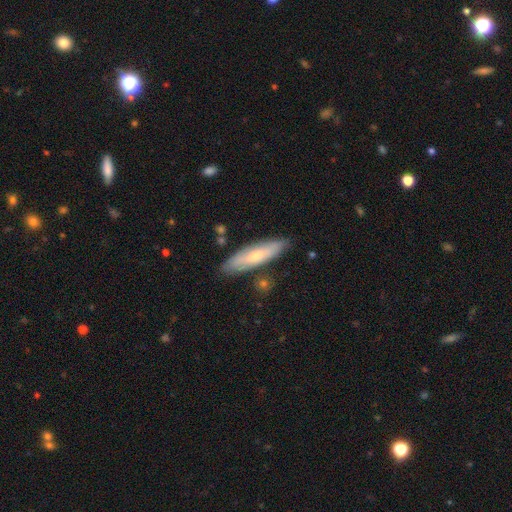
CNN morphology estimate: Overall: smooth (59%; featured or disk 35%). How rounded: cigar-shaped (70%). Merging: none (83%).